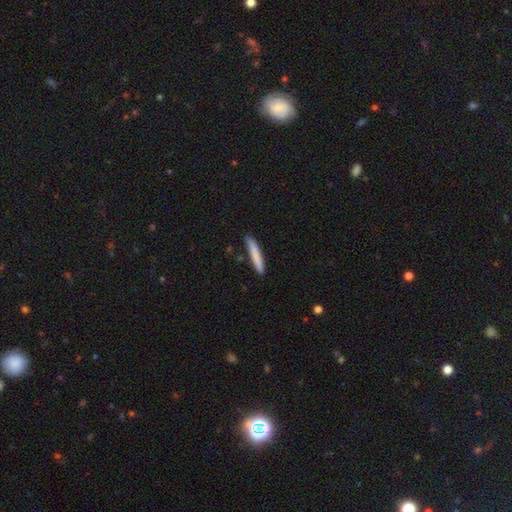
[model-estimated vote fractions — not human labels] Smooth or featured? Predicted: smooth (p=0.81). How rounded? Predicted: cigar-shaped (p=0.94). Merging? Predicted: none (p=0.86).